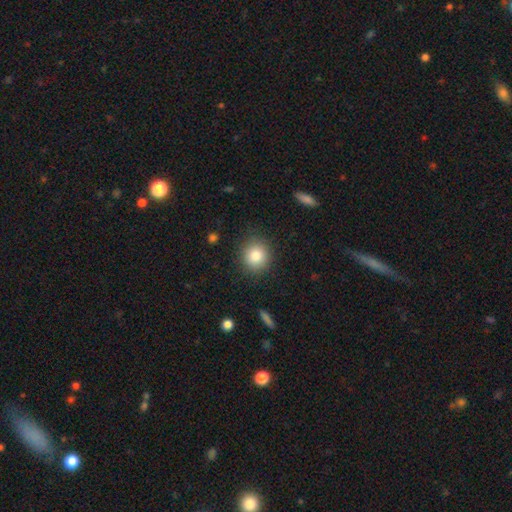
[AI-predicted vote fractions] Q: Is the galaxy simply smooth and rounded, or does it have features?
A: smooth — 83%.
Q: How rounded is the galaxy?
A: round — 87%.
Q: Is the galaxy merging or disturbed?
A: none — 88%.